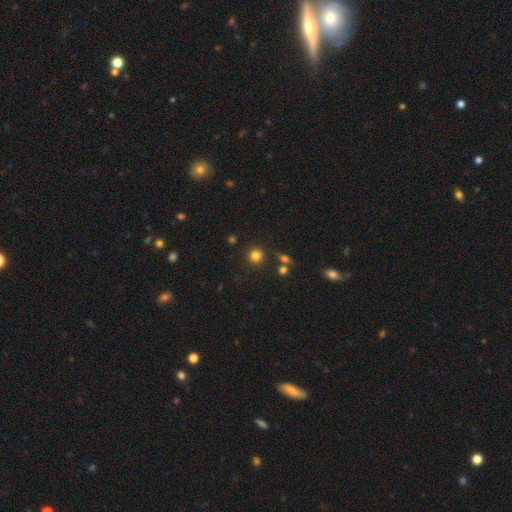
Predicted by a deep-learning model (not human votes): The model was most divided on "smooth or featured": smooth: 80%, star or artifact: 13%, featured or disk: 6%. More confident: how rounded — round (92%); merging — none (84%).